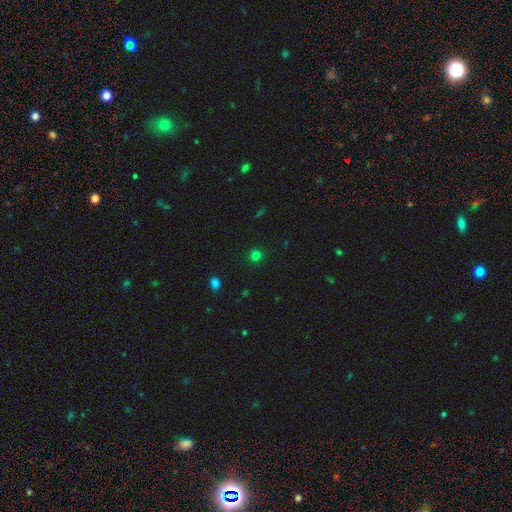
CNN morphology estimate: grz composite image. It shows a smooth galaxy with no disk features (75%) that is round (84%). Merging: none (85%).